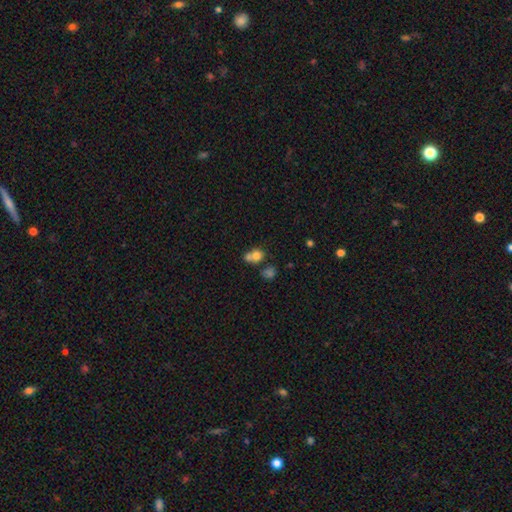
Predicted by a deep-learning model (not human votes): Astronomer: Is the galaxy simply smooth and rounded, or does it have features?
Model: smooth — 74%.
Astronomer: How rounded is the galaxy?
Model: round — 71%.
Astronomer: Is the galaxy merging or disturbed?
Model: merger — 52% (runner-up: none, 34%).